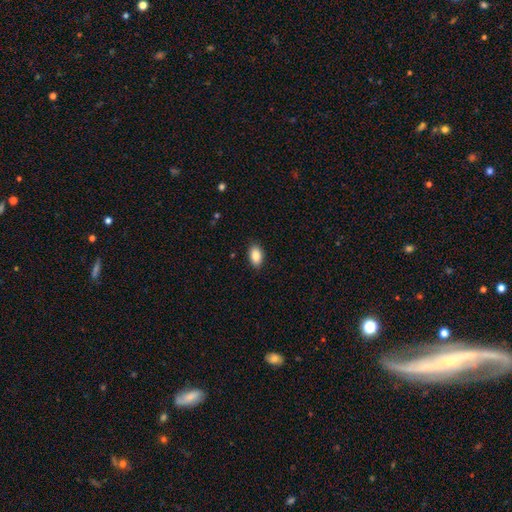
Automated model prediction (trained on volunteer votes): This is clearly a smooth galaxy (88%). How rounded: clearly in between (92%). Merging: clearly none (88%).